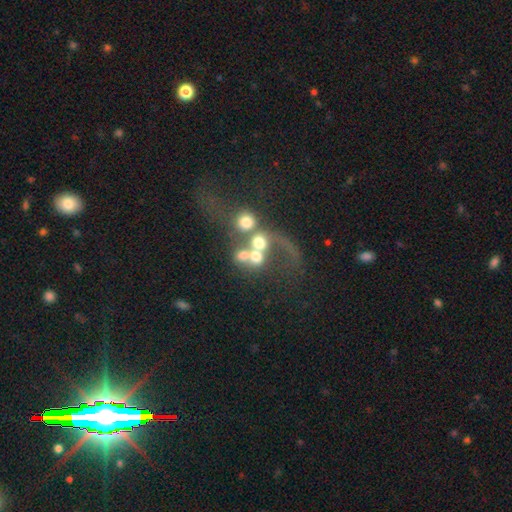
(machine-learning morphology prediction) smooth 48%, featured or disk 36%, star or artifact 16%. Down the decision tree: merging — merger (57%).